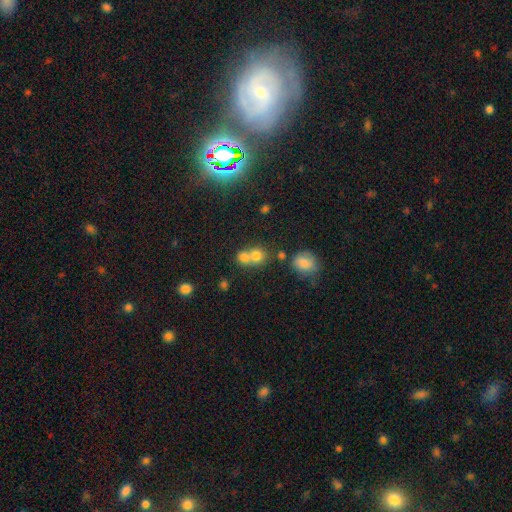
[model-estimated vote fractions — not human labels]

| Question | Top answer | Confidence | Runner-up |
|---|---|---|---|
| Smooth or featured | smooth | 75% | star or artifact (14%) |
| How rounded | round | 78% | in between (21%) |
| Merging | merger | 55% | none (36%) |